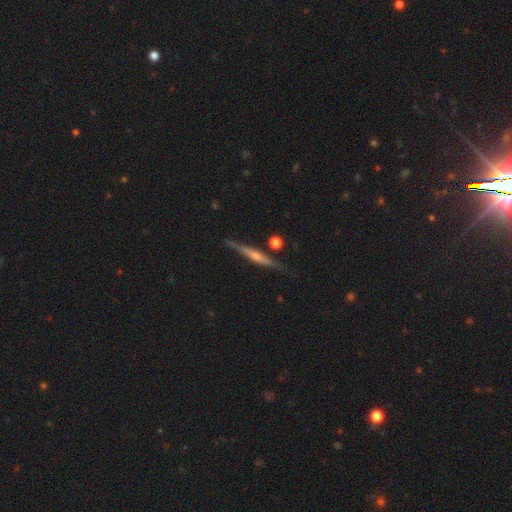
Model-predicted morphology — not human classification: The model was most divided on "smooth or featured": featured or disk: 74%, smooth: 19%, star or artifact: 6%. More confident: edge-on disk — yes (98%); merging — none (86%); edge-on bulge — rounded (75%).